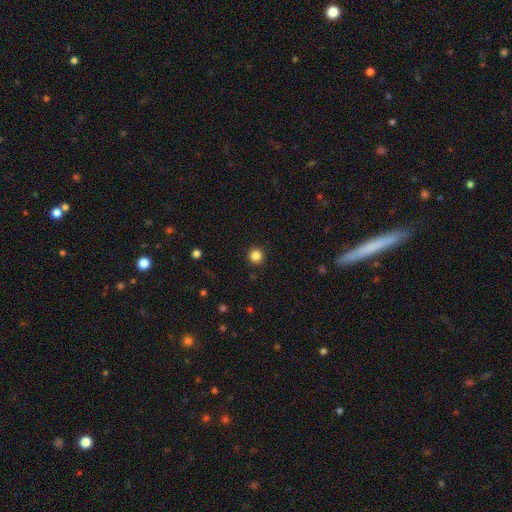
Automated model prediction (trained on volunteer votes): A smooth galaxy with no disk features (85%) that is round (96%).

Vote fractions:
- Smooth or featured? smooth: 85% / star or artifact: 11% / featured or disk: 3%
- How rounded? round: 96% / in between: 3% / cigar-shaped: 1%
- Merging? none: 92% / minor disturbance: 5% / major disturbance: 2% / merger: 1%